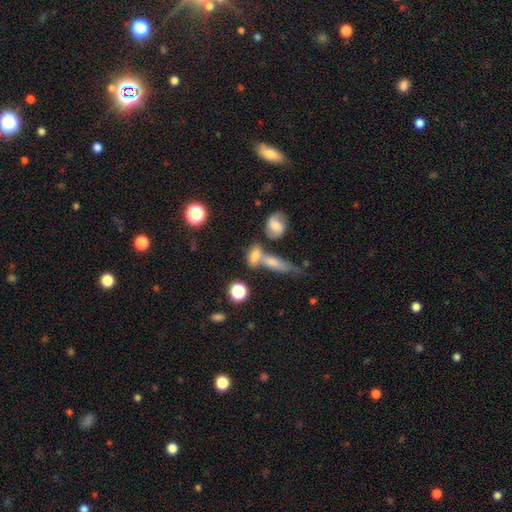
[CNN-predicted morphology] type=smooth (67%); roundness=in between (65%); merging=merger (42%).